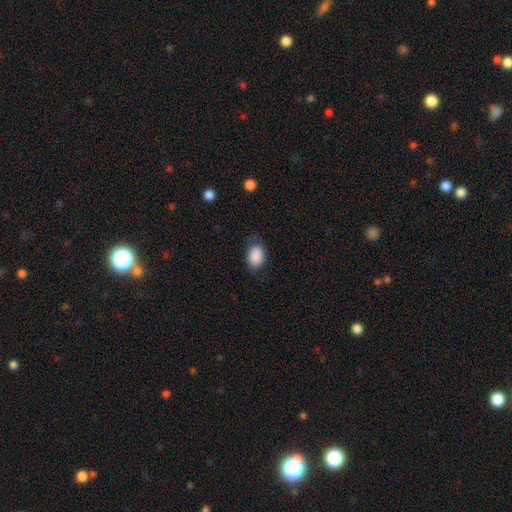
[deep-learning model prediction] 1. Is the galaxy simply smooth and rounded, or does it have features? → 88% smooth, 7% star or artifact, 5% featured or disk.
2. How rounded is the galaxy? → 83% in between, 16% round, 1% cigar-shaped.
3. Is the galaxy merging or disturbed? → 74% none, 19% minor disturbance, 6% major disturbance, 1% merger.